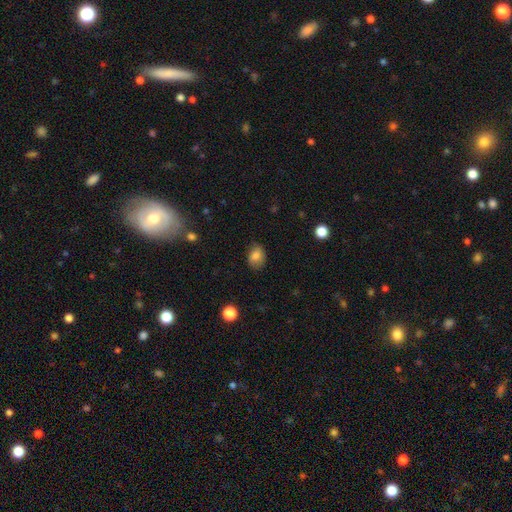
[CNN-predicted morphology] smooth_or_featured: smooth (p=0.81) [alt: featured or disk p=0.10]
how_rounded: in between (p=0.69) [alt: round p=0.30]
merging: none (p=0.77) [alt: minor disturbance p=0.18]